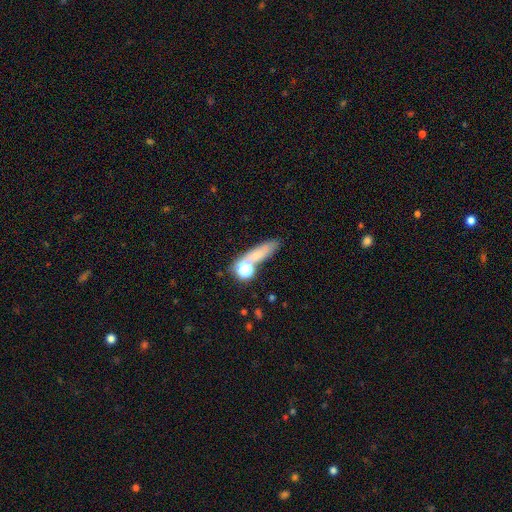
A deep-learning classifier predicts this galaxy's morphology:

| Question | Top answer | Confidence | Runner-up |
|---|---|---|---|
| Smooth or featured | smooth | 65% | star or artifact (19%) |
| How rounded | cigar-shaped | 53% | in between (29%) |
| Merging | none | 59% | merger (20%) |